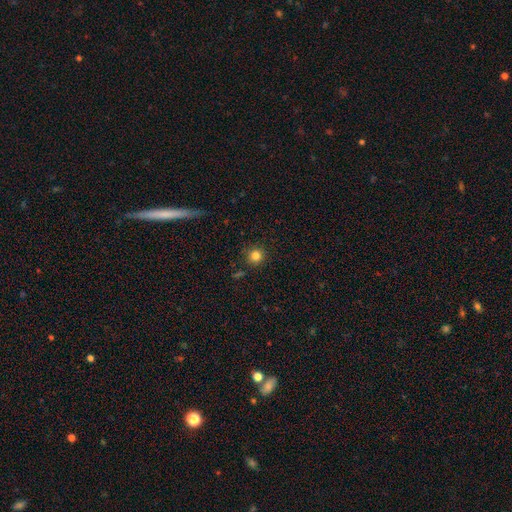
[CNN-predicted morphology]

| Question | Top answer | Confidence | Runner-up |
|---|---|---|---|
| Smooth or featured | smooth | 81% | star or artifact (13%) |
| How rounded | round | 94% | in between (5%) |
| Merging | none | 89% | minor disturbance (7%) |